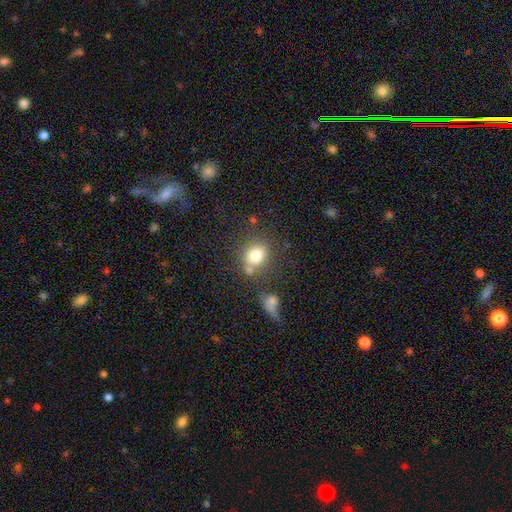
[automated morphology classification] Overall: smooth (79%). How rounded: round (58%; in between 40%). Merging: none (54%; merger 23%).